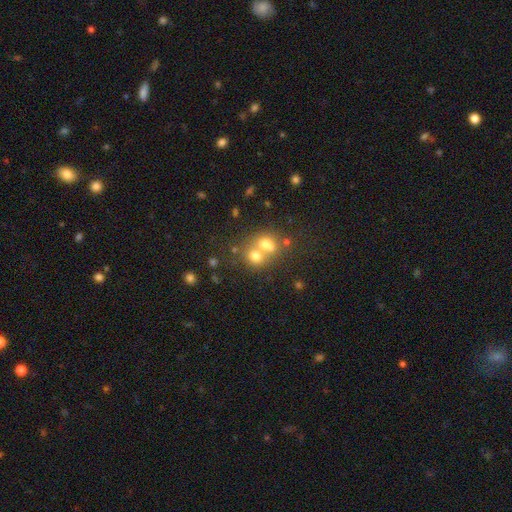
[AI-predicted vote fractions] smooth-or-featured: smooth: 68% | featured or disk: 18% | star or artifact: 14%
  how-rounded: round: 62% | in between: 37% | cigar-shaped: 1%
  merging: merger: 60% | none: 29% | minor disturbance: 7% | major disturbance: 4%